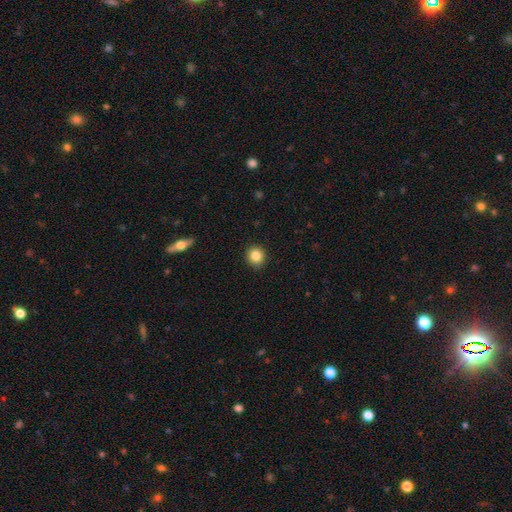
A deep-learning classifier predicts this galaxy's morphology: Smooth or featured: smooth — 85% (star or artifact — 10%)
How rounded: round — 89% (in between — 10%)
Merging: none — 91% (minor disturbance — 6%)